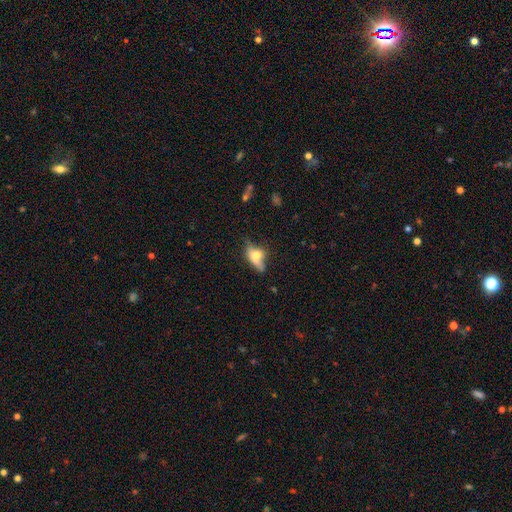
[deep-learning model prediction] Smooth or featured? Predicted: smooth (p=0.51). How rounded? Predicted: in between (p=0.73). Merging? Predicted: none (p=0.44).